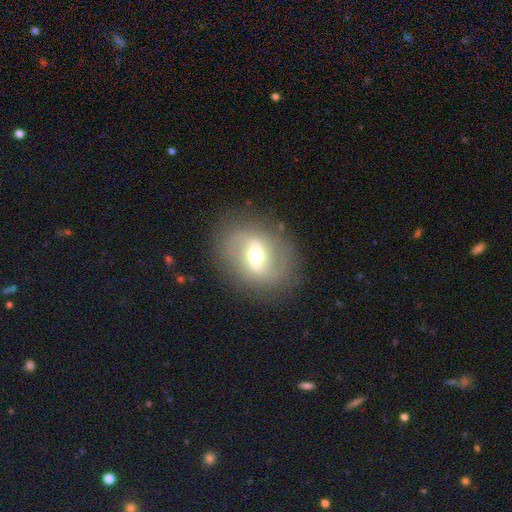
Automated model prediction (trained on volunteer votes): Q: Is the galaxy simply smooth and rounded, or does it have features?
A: featured or disk — 67%.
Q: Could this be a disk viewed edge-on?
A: no — 92%.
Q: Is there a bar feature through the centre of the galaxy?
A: strong — 44%.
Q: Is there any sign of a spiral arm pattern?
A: yes — 55%.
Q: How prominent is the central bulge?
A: moderate — 67%.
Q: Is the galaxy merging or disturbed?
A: none — 81%.